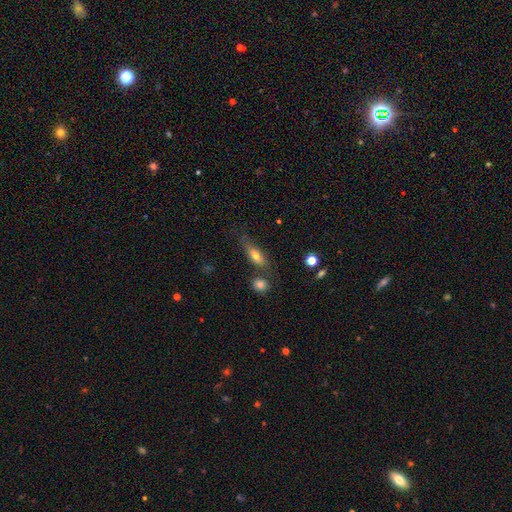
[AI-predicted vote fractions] Smooth or featured? smooth (68%)
How rounded? in between (57%)
Merging? none (61%)